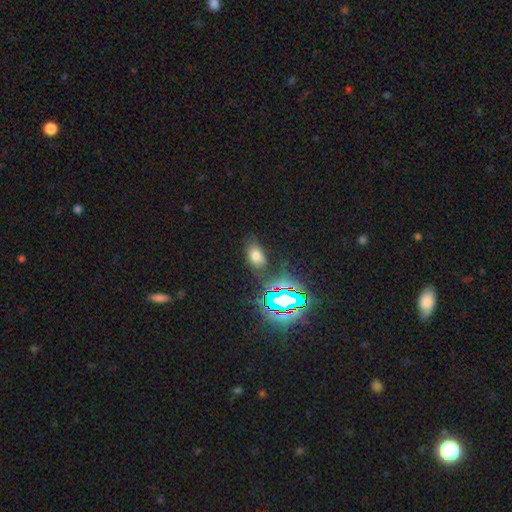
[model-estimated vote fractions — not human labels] smooth-or-featured: smooth: 65% | star or artifact: 26% | featured or disk: 9%
  how-rounded: in between: 86% | round: 12% | cigar-shaped: 2%
  merging: none: 76% | minor disturbance: 14% | major disturbance: 5% | merger: 4%